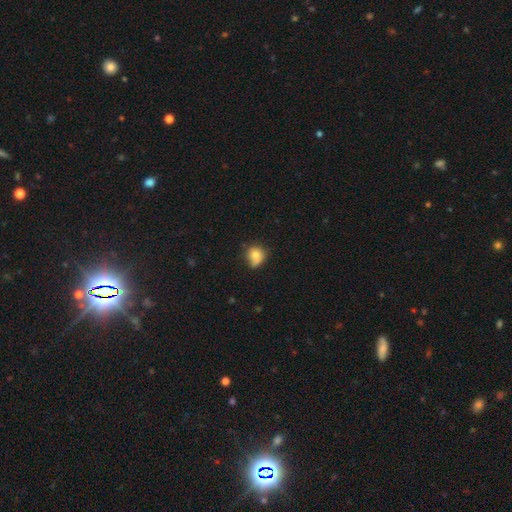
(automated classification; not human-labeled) This is likely a smooth galaxy (78%). How rounded: likely round (72%). Merging: possibly none (47%).